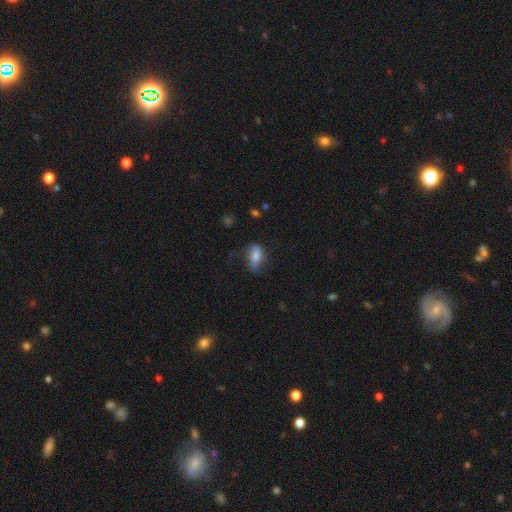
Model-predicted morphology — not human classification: Smooth or featured: smooth — 71% (featured or disk — 20%)
How rounded: in between — 84% (cigar-shaped — 10%)
Merging: none — 52% (minor disturbance — 30%)